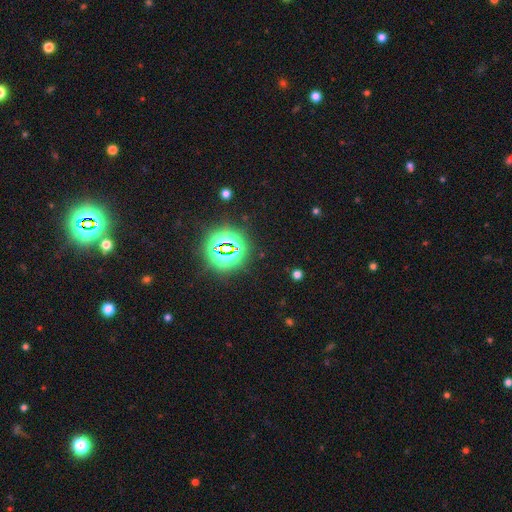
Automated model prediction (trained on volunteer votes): This is clearly a star or artifact rather than a galaxy (82%).